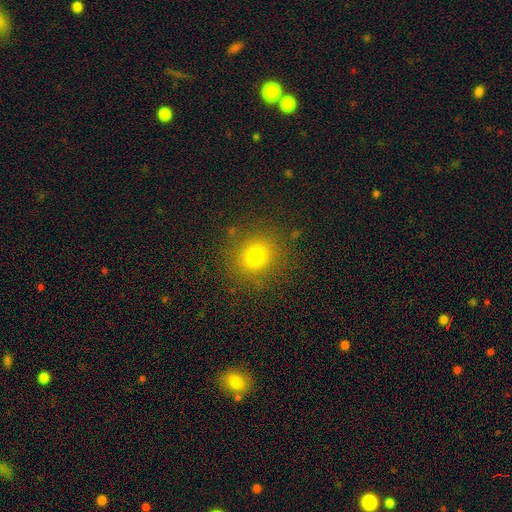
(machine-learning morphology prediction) This appears to be a smooth galaxy with no disk features (74%) that is round (84%). Merging: none (86%).